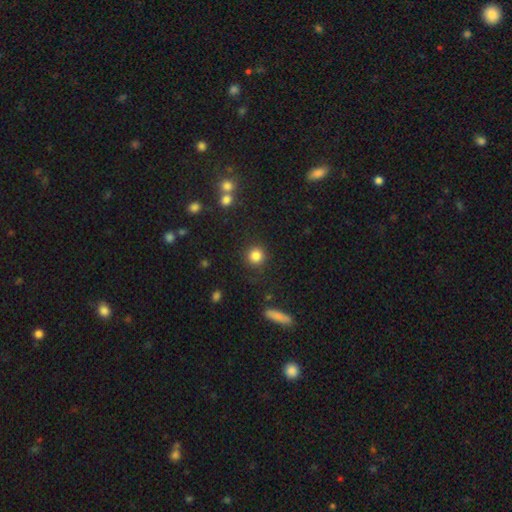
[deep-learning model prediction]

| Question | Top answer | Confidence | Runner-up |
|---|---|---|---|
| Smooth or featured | smooth | 84% | star or artifact (11%) |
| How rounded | round | 92% | in between (7%) |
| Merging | none | 88% | minor disturbance (7%) |